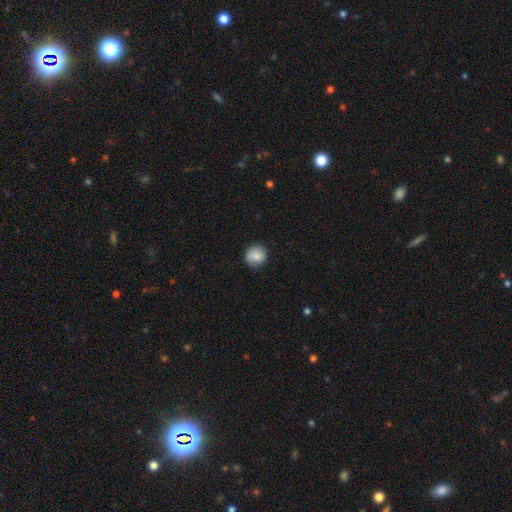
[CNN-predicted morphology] The model was most divided on "merging": none: 84%, minor disturbance: 12%, major disturbance: 3%, merger: 1%. More confident: how rounded — round (88%); smooth or featured — smooth (83%).